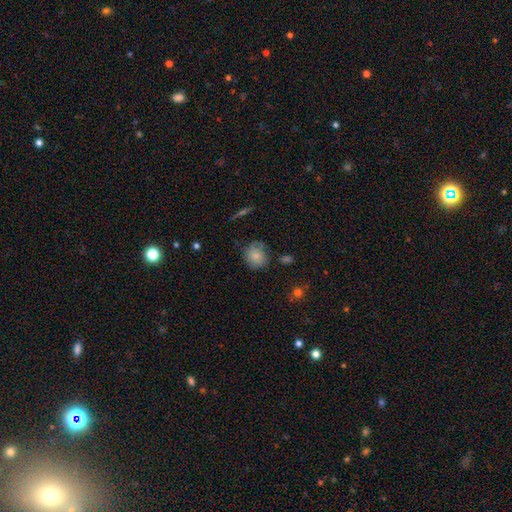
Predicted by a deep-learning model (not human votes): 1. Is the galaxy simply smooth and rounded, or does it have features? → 82% smooth, 10% featured or disk, 9% star or artifact.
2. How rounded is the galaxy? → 78% round, 21% in between, 1% cigar-shaped.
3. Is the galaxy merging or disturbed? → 68% none, 23% minor disturbance, 6% major disturbance, 4% merger.